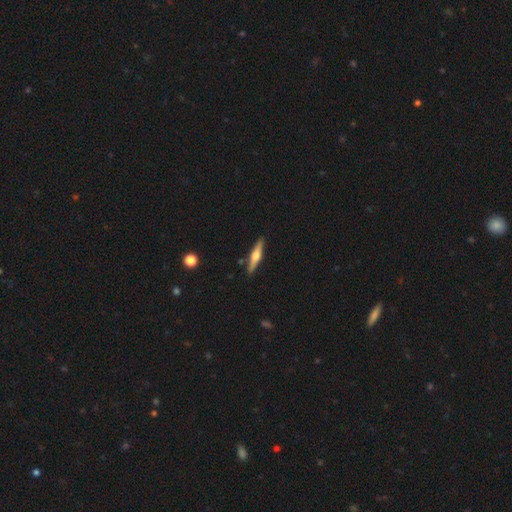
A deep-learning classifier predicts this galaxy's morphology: Smooth or featured? featured or disk (62%)
Edge-on disk? yes (97%)
Edge-on bulge? rounded (89%)
Merging? none (88%)